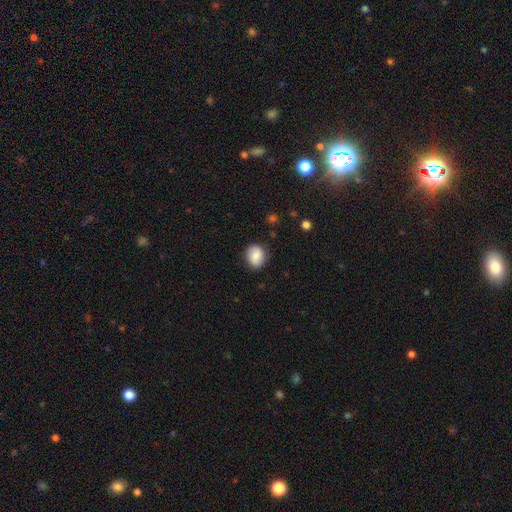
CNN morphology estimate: This is clearly a smooth galaxy (81%). How rounded: possibly round (58%). Merging: clearly none (82%).